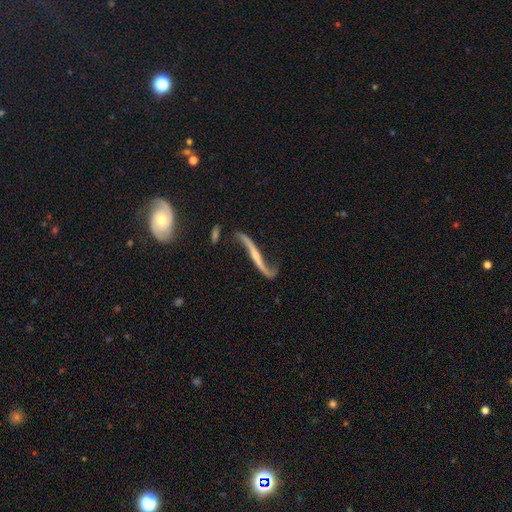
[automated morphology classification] A featured or disk galaxy (86%) with no bar (40%), spiral arms (92%) and a small central bulge (56%).

Vote fractions:
- Smooth or featured? featured or disk: 86% / smooth: 8% / star or artifact: 6%
- Edge-on disk? no: 60% / yes: 40%
- Bar? no: 40% / strong: 33% / weak: 27%
- Spiral arms? yes: 92% / no: 8%
- Bulge size? small: 56% / moderate: 21% / none: 19% / large: 3% / dominant: 2%
- Merging? none: 56% / minor disturbance: 21% / major disturbance: 15% / merger: 8%